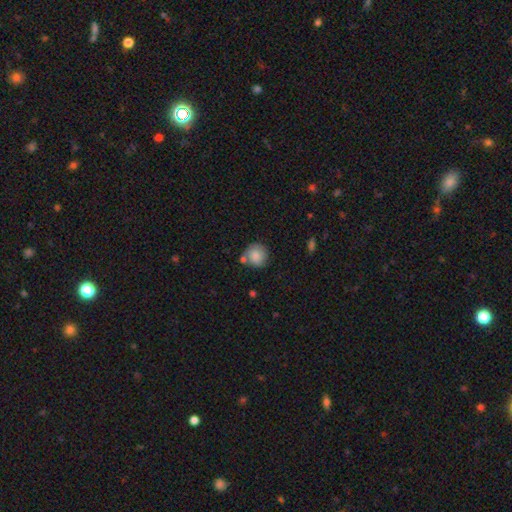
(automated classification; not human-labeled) This appears to be a smooth galaxy with no disk features (82%) that is round (90%). Merging: none (63%).